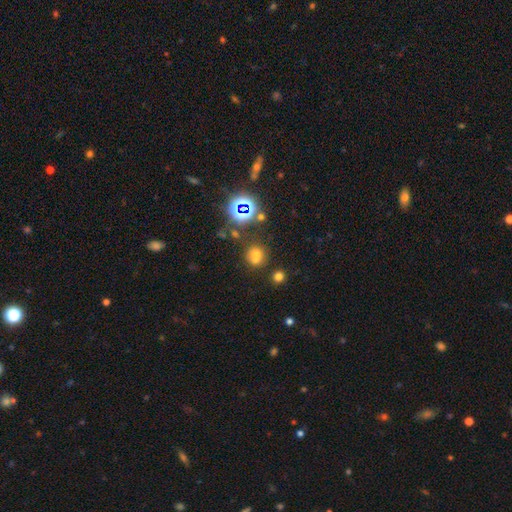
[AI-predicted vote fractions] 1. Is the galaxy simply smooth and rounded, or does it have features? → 58% smooth, 30% star or artifact, 12% featured or disk.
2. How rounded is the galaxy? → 66% round, 33% in between, 2% cigar-shaped.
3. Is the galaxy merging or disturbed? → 55% none, 25% merger, 13% minor disturbance, 6% major disturbance.